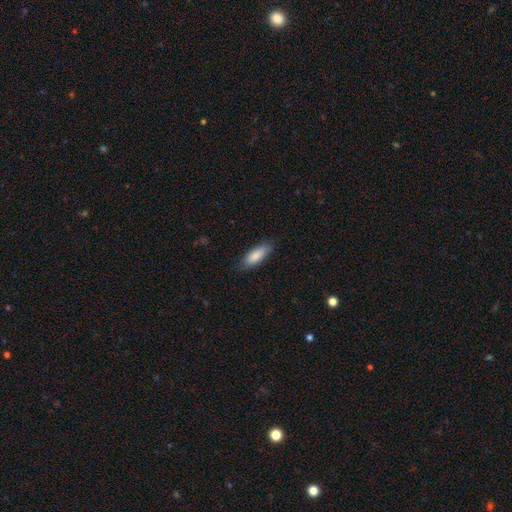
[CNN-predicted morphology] Overall: smooth (84%). How rounded: in between (67%; cigar-shaped 31%). Merging: none (82%).